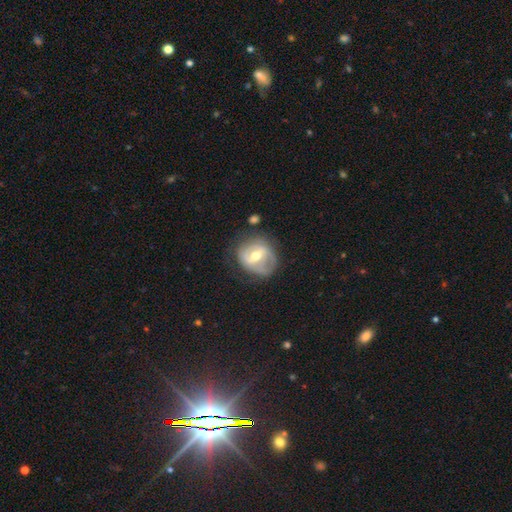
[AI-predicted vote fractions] Smooth or featured?
  - featured or disk: 70% *
  - smooth: 24%
  - star or artifact: 6%
Edge-on disk?
  - no: 97% *
  - yes: 3%
Bar?
  - weak: 48% *
  - strong: 33%
  - no: 19%
Spiral arms?
  - yes: 71% *
  - no: 29%
Bulge size?
  - moderate: 72% *
  - small: 21%
  - large: 5%
  - none: 1%
  - dominant: 1%
Merging?
  - none: 61% *
  - minor disturbance: 24%
  - major disturbance: 13%
  - merger: 2%